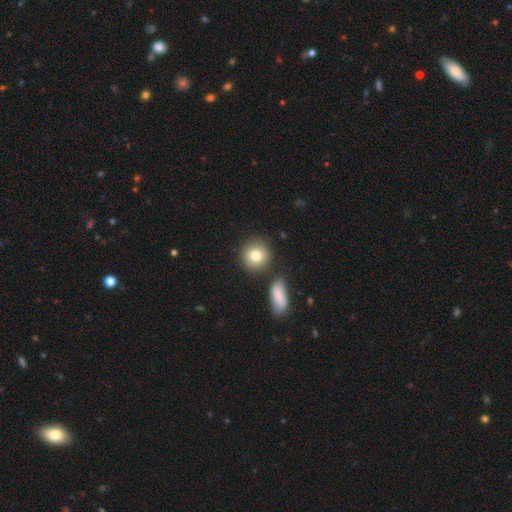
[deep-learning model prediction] The model was most divided on "merging": none: 77%, merger: 11%, minor disturbance: 9%, major disturbance: 3%. More confident: how rounded — round (89%); smooth or featured — smooth (80%).